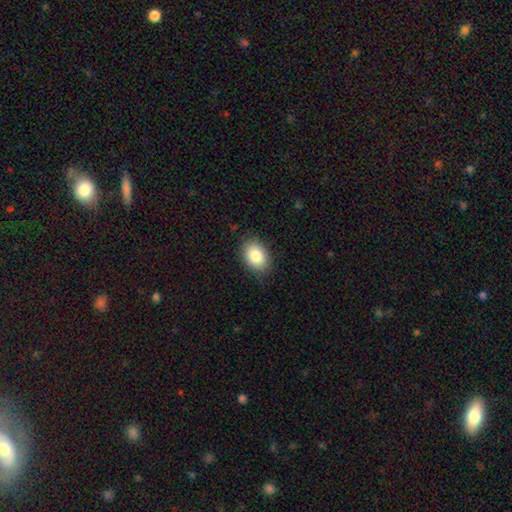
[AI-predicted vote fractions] Smooth or featured?
  - smooth: 86% *
  - star or artifact: 8%
  - featured or disk: 7%
How rounded?
  - in between: 80% *
  - round: 19%
  - cigar-shaped: 1%
Merging?
  - none: 85% *
  - minor disturbance: 12%
  - major disturbance: 3%
  - merger: 1%